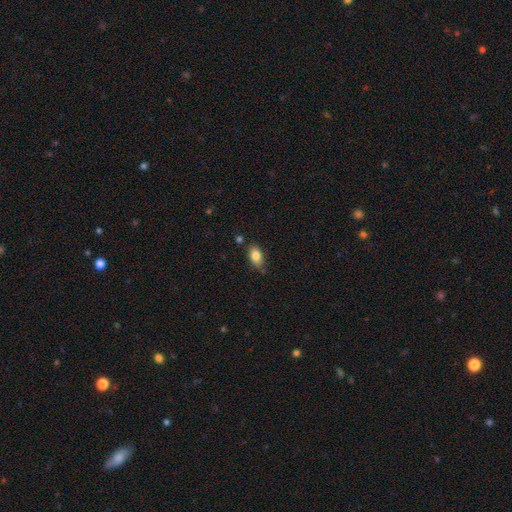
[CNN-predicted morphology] Smooth or featured: smooth — 84% (featured or disk — 8%)
How rounded: in between — 90% (round — 7%)
Merging: none — 77% (minor disturbance — 16%)